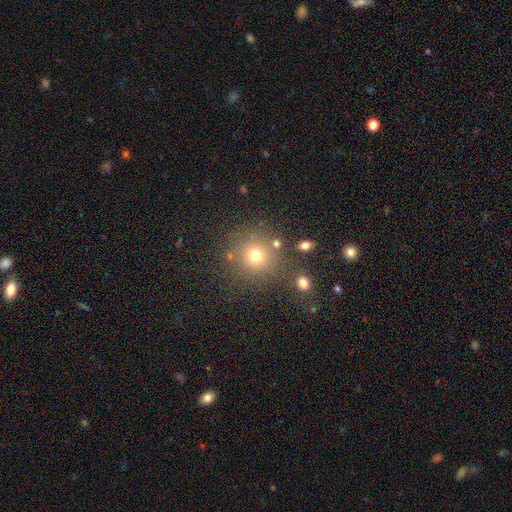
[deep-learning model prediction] This appears to be a smooth galaxy with no disk features (72%) that is round (92%). Merging: none (78%).